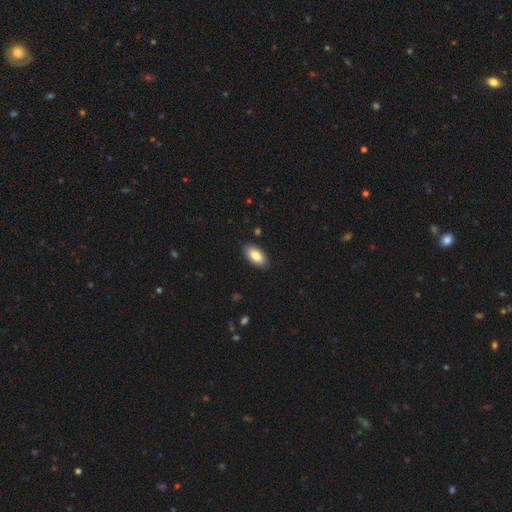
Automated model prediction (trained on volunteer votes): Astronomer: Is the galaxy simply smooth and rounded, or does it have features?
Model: smooth — 84%.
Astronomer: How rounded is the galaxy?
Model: in between — 93%.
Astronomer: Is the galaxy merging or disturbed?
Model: none — 88%.